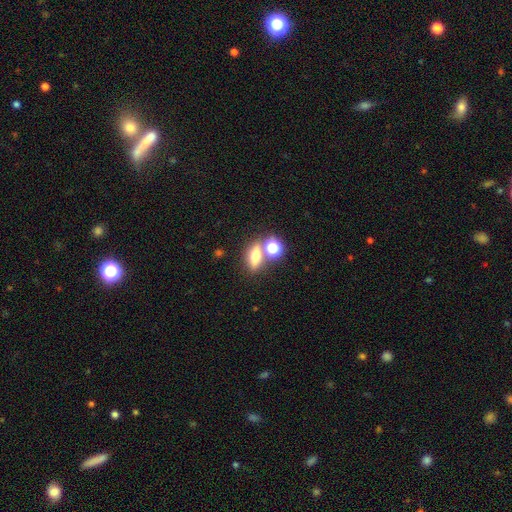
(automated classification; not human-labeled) smooth_or_featured: smooth (p=0.63) [alt: featured or disk p=0.22]
how_rounded: in between (p=0.54) [alt: round p=0.26]
merging: none (p=0.60) [alt: merger p=0.25]